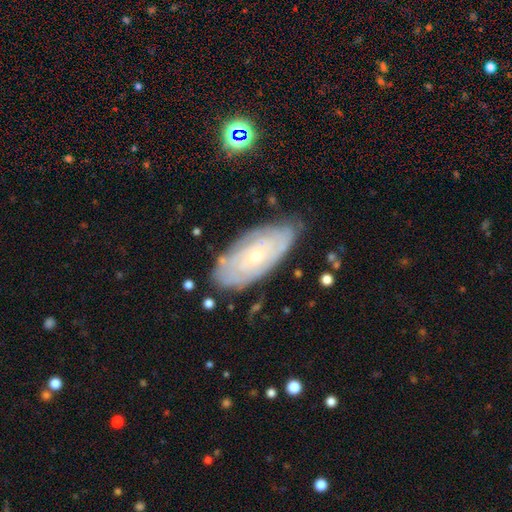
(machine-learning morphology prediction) Smooth or featured?
  - featured or disk: 70% *
  - smooth: 23%
  - star or artifact: 7%
Edge-on disk?
  - no: 90% *
  - yes: 10%
Bar?
  - no: 81% *
  - weak: 15%
  - strong: 4%
Spiral arms?
  - yes: 81% *
  - no: 19%
Spiral winding?
  - tight: 80% *
  - medium: 16%
  - loose: 5%
Spiral arm count?
  - can't tell: 64% *
  - 2: 13%
  - 3: 7%
  - 4: 7%
  - more than 4: 5%
  - 1: 4%
Bulge size?
  - small: 75% *
  - moderate: 22%
  - none: 1%
  - large: 1%
  - dominant: 1%
Merging?
  - none: 77% *
  - minor disturbance: 18%
  - major disturbance: 4%
  - merger: 2%